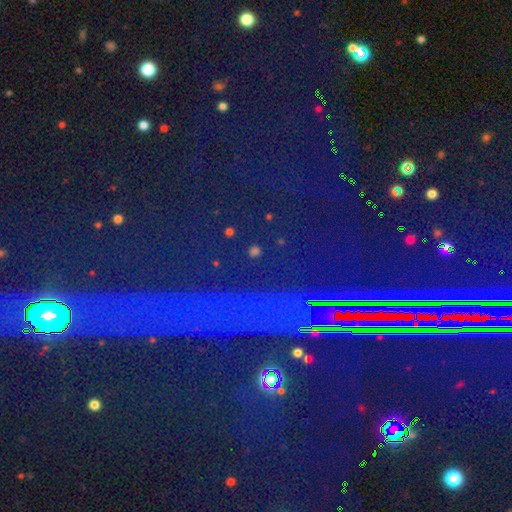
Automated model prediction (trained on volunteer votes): Morphology: type=star or artifact (85%).